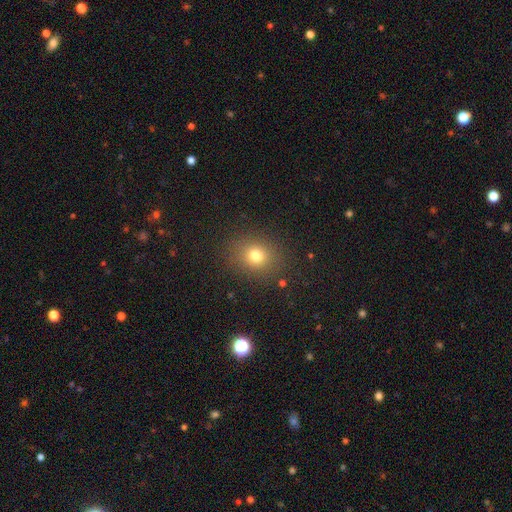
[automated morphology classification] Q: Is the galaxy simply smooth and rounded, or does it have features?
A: smooth — 75%.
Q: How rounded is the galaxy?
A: round — 68%.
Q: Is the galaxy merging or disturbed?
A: none — 86%.